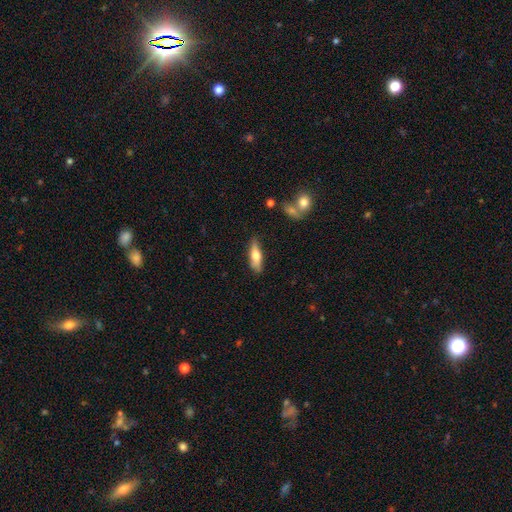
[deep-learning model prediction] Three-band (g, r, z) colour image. It shows a smooth galaxy with no disk features (63%) that is cigar-shaped (53%). Merging: none (77%).